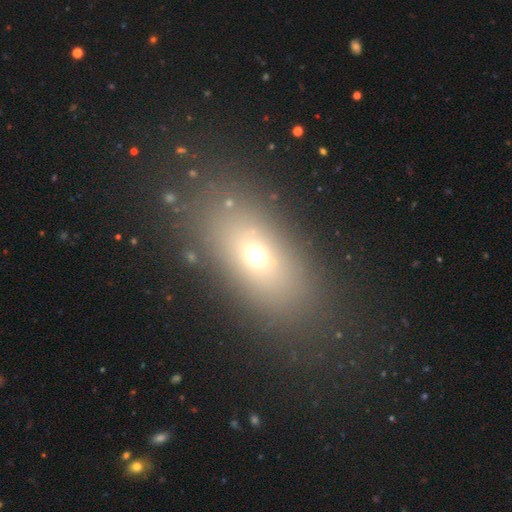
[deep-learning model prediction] smooth-or-featured: smooth: 62% | star or artifact: 20% | featured or disk: 18%
  how-rounded: in between: 72% | round: 17% | cigar-shaped: 11%
  merging: none: 82% | minor disturbance: 9% | major disturbance: 6% | merger: 2%